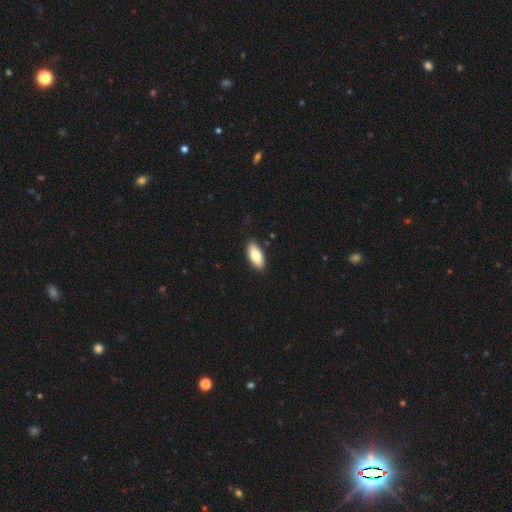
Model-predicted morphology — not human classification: A smooth galaxy with no disk features (79%) that is in between round and cigar-shaped (88%). Merging: none (88%).